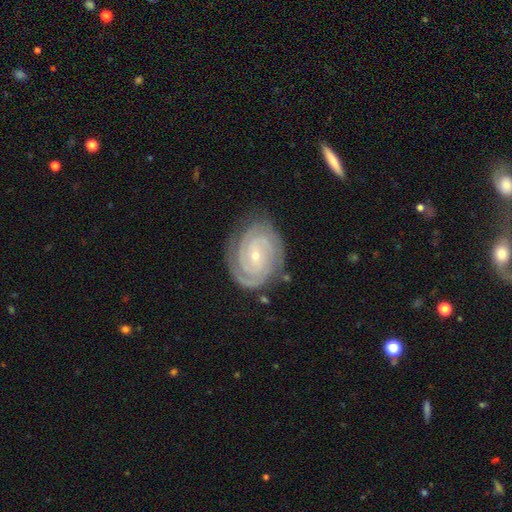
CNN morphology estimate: Q: Smooth or featured?
A: featured or disk (92%); runner-up: star or artifact (5%)
Q: Edge-on disk?
A: no (97%); runner-up: yes (3%)
Q: Bar?
A: no (54%); runner-up: weak (32%)
Q: Spiral arms?
A: yes (98%); runner-up: no (2%)
Q: Spiral winding?
A: tight (83%); runner-up: medium (15%)
Q: Spiral arm count?
A: 2 (49%); runner-up: 3 (23%)
Q: Bulge size?
A: small (75%); runner-up: moderate (23%)
Q: Merging?
A: none (80%); runner-up: minor disturbance (15%)